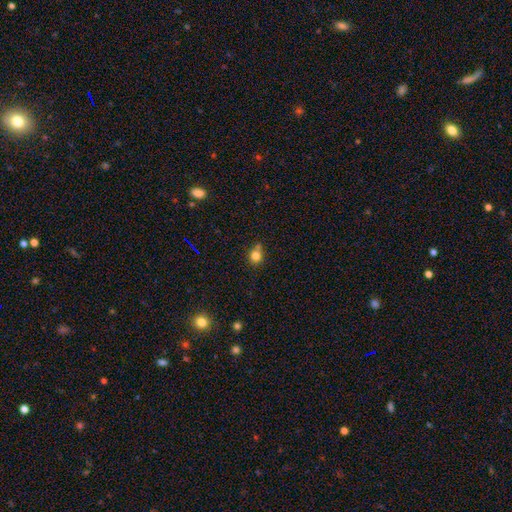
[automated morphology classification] smooth 80%, star or artifact 13%, featured or disk 7%. Down the decision tree: how rounded — round (78%); merging — none (61%).